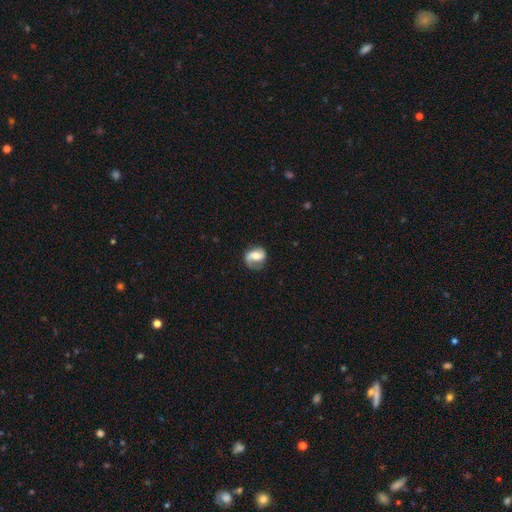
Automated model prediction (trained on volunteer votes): Smooth or featured?
  - featured or disk: 68% *
  - smooth: 25%
  - star or artifact: 7%
Edge-on disk?
  - no: 97% *
  - yes: 3%
Bar?
  - no: 41% *
  - weak: 40%
  - strong: 19%
Spiral arms?
  - yes: 92% *
  - no: 8%
Spiral winding?
  - loose: 40% * (tied)
  - medium: 40% * (tied)
  - tight: 20%
Spiral arm count?
  - 2: 64% *
  - 1: 29%
  - can't tell: 4%
  - 3: 1%
  - 4: 1%
  - more than 4: 1%
Bulge size?
  - moderate: 57% *
  - small: 24%
  - large: 13%
  - none: 4%
  - dominant: 2%
Merging?
  - none: 68% *
  - minor disturbance: 20%
  - major disturbance: 10%
  - merger: 2%